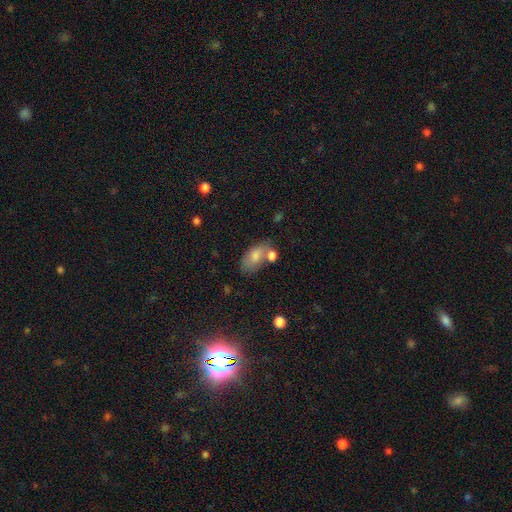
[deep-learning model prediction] Smooth or featured?
  - smooth: 78% *
  - featured or disk: 14%
  - star or artifact: 8%
How rounded?
  - in between: 91% *
  - round: 7%
  - cigar-shaped: 2%
Merging?
  - none: 41% *
  - merger: 32%
  - minor disturbance: 18%
  - major disturbance: 9%